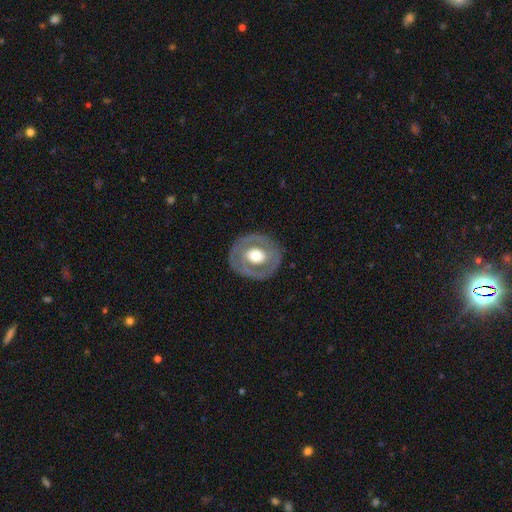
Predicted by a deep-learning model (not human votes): Smooth or featured? featured or disk (62%)
Edge-on disk? no (95%)
Bar? no (74%)
Spiral arms? no (72%)
Bulge size? moderate (53%)
Merging? none (81%)